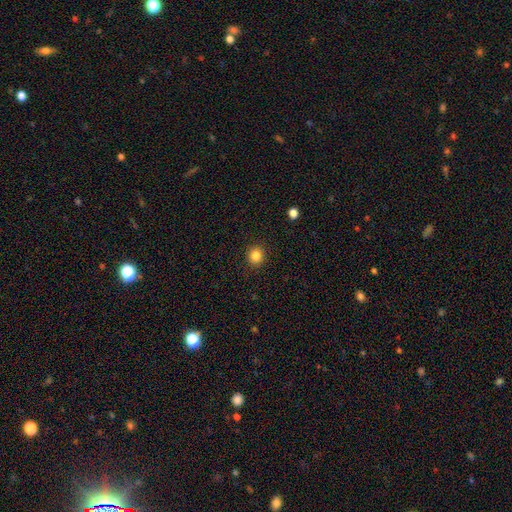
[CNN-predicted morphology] Overall: smooth (85%). How rounded: round (89%). Merging: none (92%).